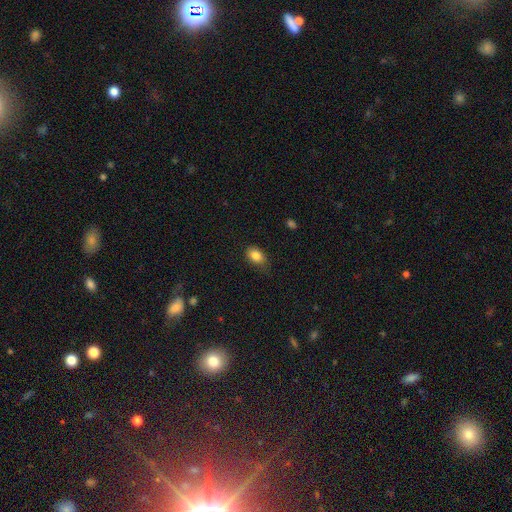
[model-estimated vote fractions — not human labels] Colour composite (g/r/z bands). It shows a smooth galaxy with no disk features (84%) that is in between round and cigar-shaped (79%). Merging: none (69%).